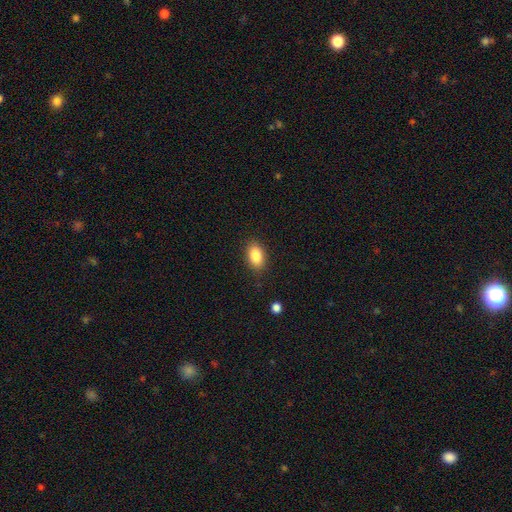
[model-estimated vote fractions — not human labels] Morphology: type=smooth (86%); roundness=in between (89%); merging=none (86%).